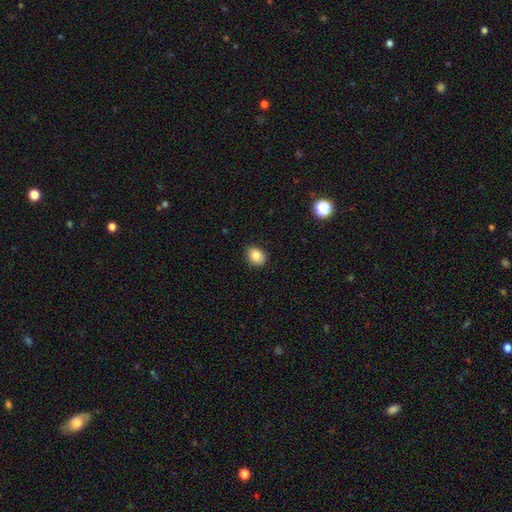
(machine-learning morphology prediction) Smooth or featured? Predicted: smooth (p=0.84). How rounded? Predicted: in between (p=0.51). Merging? Predicted: none (p=0.87).